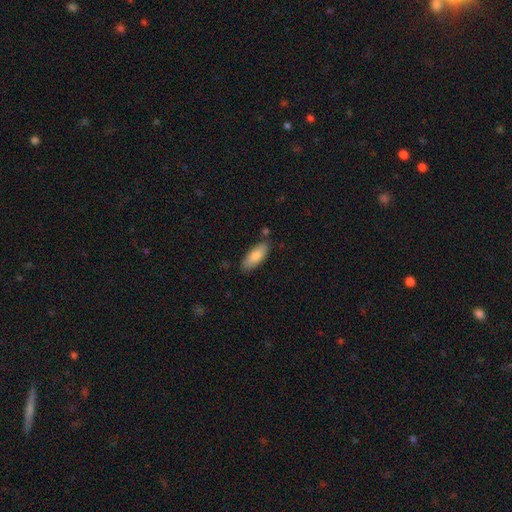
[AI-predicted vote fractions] Smooth or featured?
  - smooth: 82% *
  - featured or disk: 12%
  - star or artifact: 6%
How rounded?
  - in between: 75% *
  - cigar-shaped: 23%
  - round: 2%
Merging?
  - none: 78% *
  - minor disturbance: 15%
  - merger: 4%
  - major disturbance: 3%